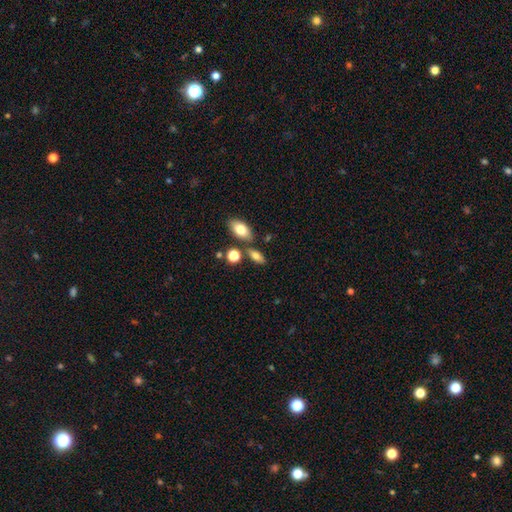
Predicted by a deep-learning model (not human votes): smooth 73%, featured or disk 18%, star or artifact 9%. Down the decision tree: how rounded — in between (75%); merging — none (67%).